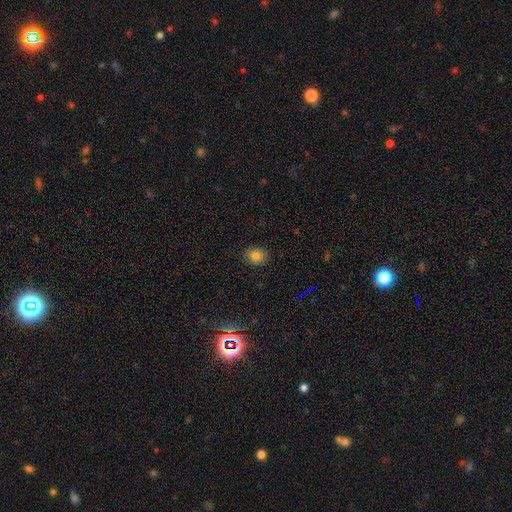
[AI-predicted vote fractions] smooth-or-featured: smooth: 81% | star or artifact: 13% | featured or disk: 6%
  how-rounded: round: 60% | in between: 39% | cigar-shaped: 1%
  merging: none: 88% | minor disturbance: 9% | major disturbance: 2% | merger: 1%